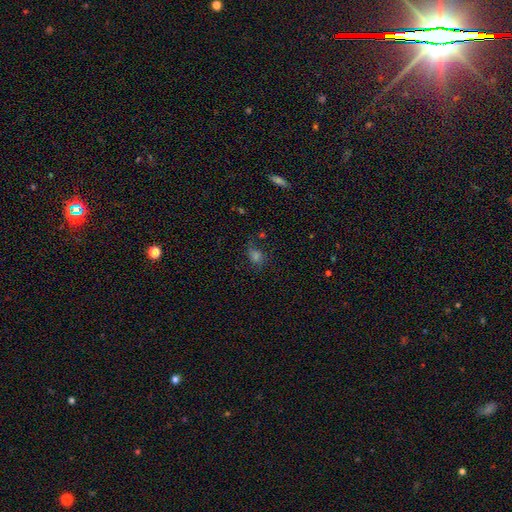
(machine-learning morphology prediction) A smooth galaxy with no disk features (49%).

Vote fractions:
- Smooth or featured? smooth: 49% / star or artifact: 33% / featured or disk: 18%
- Merging? none: 62% / minor disturbance: 20% / major disturbance: 14% / merger: 4%